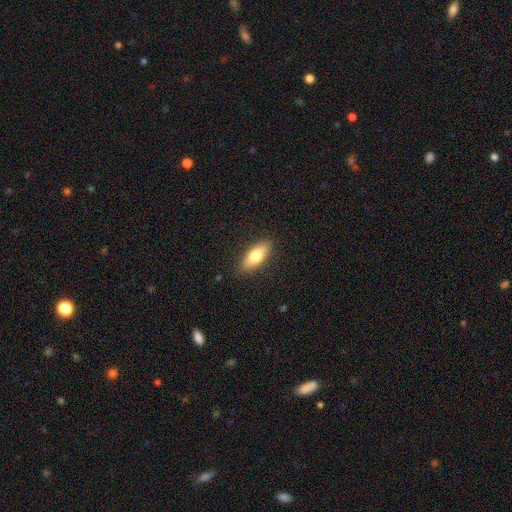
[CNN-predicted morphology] type=smooth (75%); roundness=in between (73%); merging=none (87%).